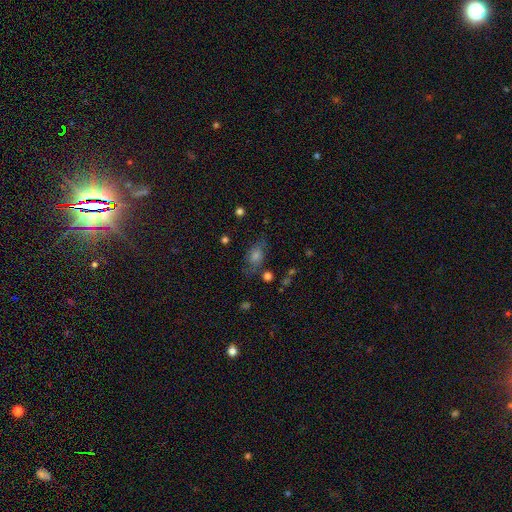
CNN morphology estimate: Overall: smooth (45%; featured or disk 29%). Merging: none (65%).